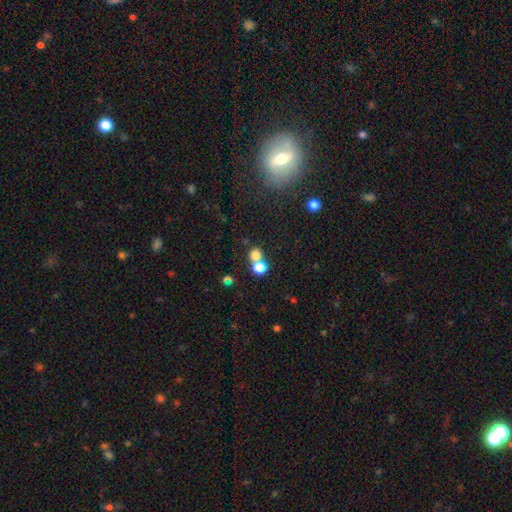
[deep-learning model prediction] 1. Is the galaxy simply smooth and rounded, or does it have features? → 74% smooth, 18% star or artifact, 8% featured or disk.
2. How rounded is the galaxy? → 84% round, 15% in between, 1% cigar-shaped.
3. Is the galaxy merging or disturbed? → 51% none, 40% merger, 6% minor disturbance, 3% major disturbance.